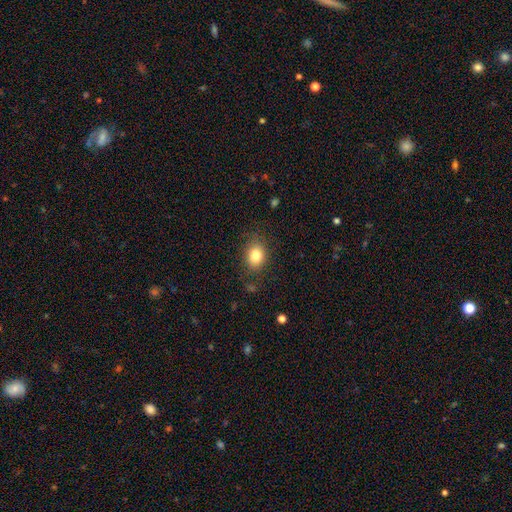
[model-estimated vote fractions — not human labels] This is clearly a smooth galaxy (82%). How rounded: likely in between (60%). Merging: clearly none (82%).